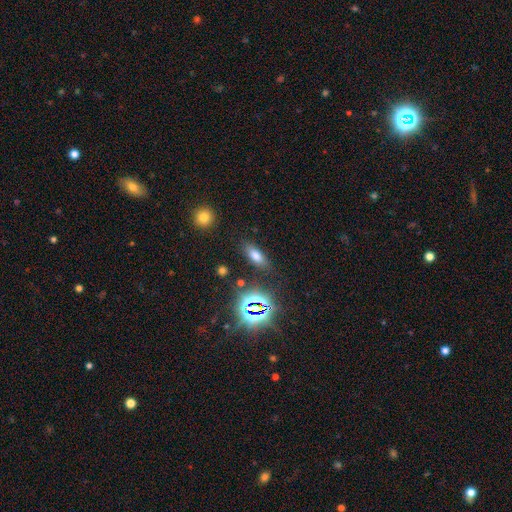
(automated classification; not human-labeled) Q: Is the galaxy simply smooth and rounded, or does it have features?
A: smooth — 66%.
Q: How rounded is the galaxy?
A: in between — 72%.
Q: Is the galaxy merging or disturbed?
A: none — 81%.